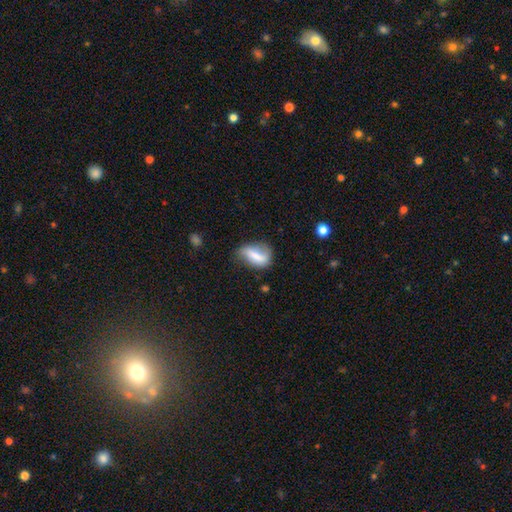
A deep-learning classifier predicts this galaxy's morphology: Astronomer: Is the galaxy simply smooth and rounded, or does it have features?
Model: smooth — 59%.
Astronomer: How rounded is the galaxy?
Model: in between — 77%.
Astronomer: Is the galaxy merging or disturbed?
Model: none — 52% (runner-up: minor disturbance, 31%).